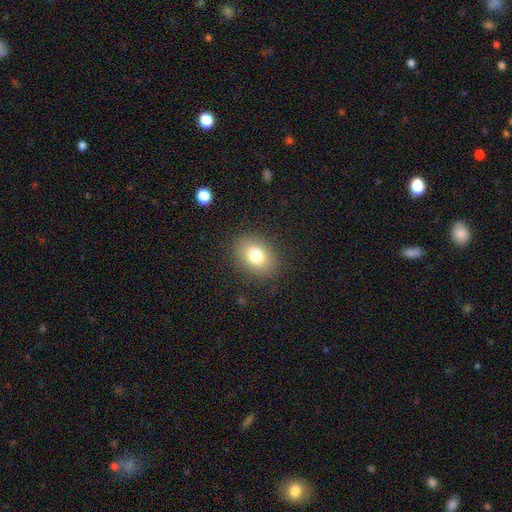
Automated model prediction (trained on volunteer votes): Smooth or featured? smooth (79%)
How rounded? in between (68%)
Merging? none (86%)